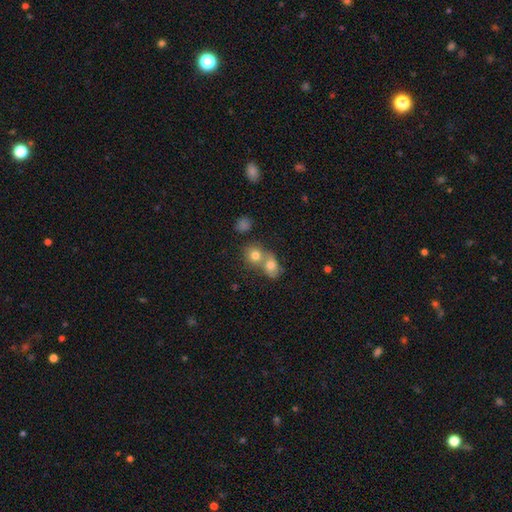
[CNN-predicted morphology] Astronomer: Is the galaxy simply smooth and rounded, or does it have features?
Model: smooth — 75%.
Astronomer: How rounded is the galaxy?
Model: round — 73%.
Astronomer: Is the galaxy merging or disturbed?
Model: merger — 55% (runner-up: none, 36%).